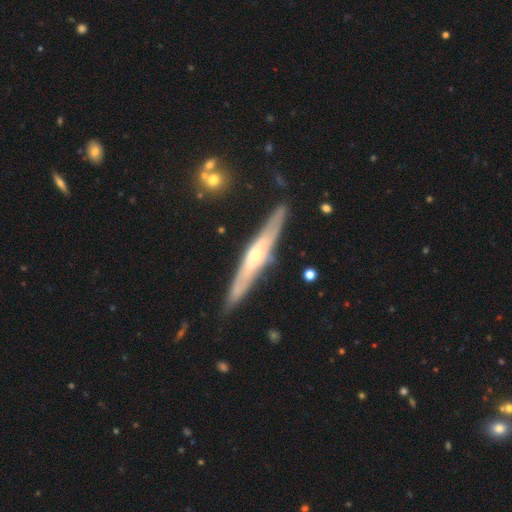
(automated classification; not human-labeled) smooth_or_featured: featured or disk (p=0.73) [alt: smooth p=0.22]
disk_edge_on: yes (p=0.89) [alt: no p=0.11]
edge_on_bulge: rounded (p=0.73) [alt: none p=0.19]
merging: none (p=0.86) [alt: minor disturbance p=0.10]